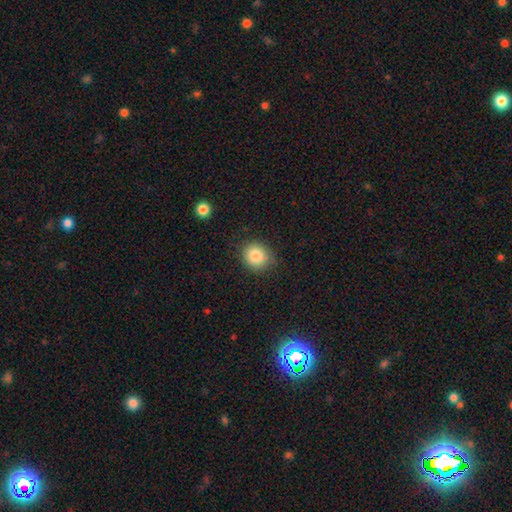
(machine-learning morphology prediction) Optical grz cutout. It shows a smooth galaxy with no disk features (83%) that is round (80%). Merging: none (84%).